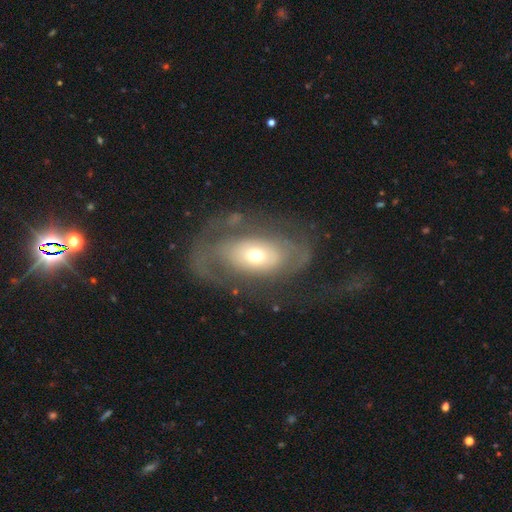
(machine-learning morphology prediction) Smooth or featured? featured or disk (64%)
Edge-on disk? no (92%)
Bar? no (82%)
Spiral arms? yes (55%)
Bulge size? moderate (61%)
Merging? none (48%)